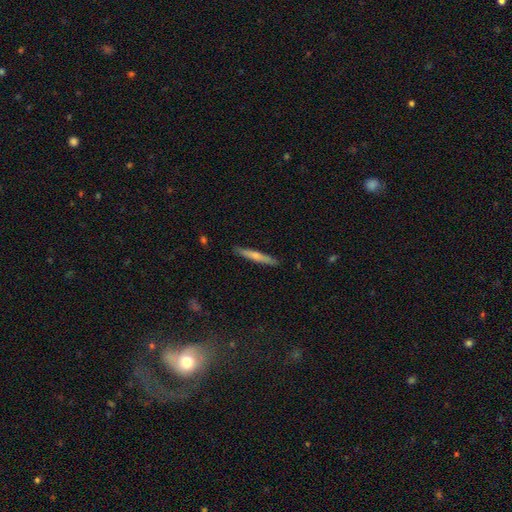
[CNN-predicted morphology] A smooth galaxy with no disk features (57%) that is cigar-shaped (95%). Merging: none (89%).